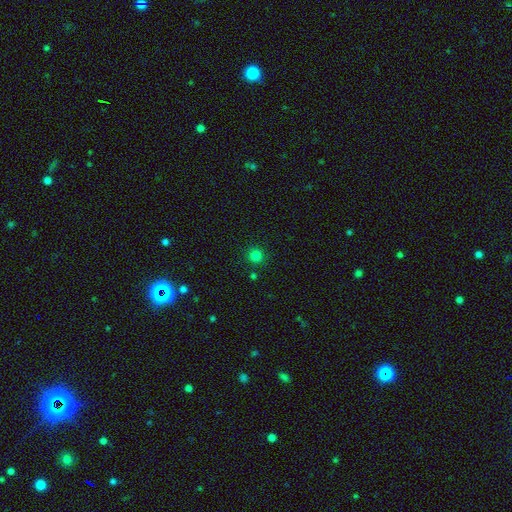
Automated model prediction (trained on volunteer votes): smooth-or-featured: smooth: 80% | star or artifact: 16% | featured or disk: 4%
  how-rounded: round: 94% | in between: 5% | cigar-shaped: 1%
  merging: none: 88% | minor disturbance: 6% | merger: 4% | major disturbance: 2%